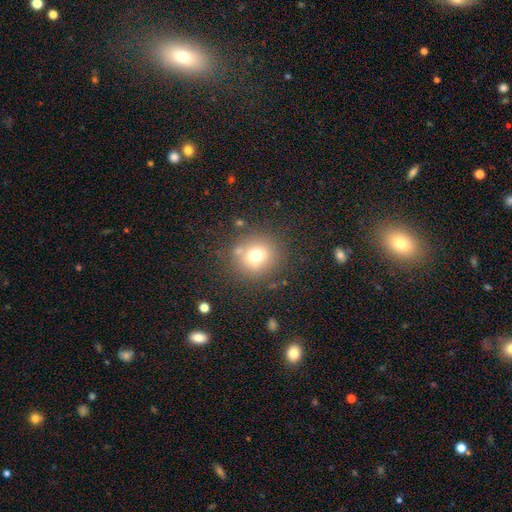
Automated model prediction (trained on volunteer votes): This is likely a smooth galaxy (70%). How rounded: clearly round (88%). Merging: likely none (78%).